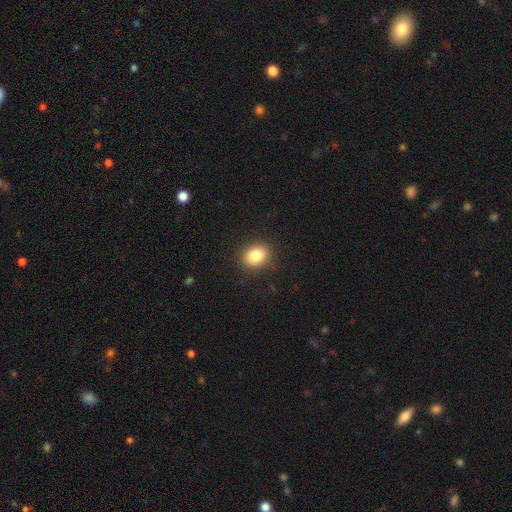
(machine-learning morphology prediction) A smooth galaxy with no disk features (83%) that is round (54%). Merging: none (89%).